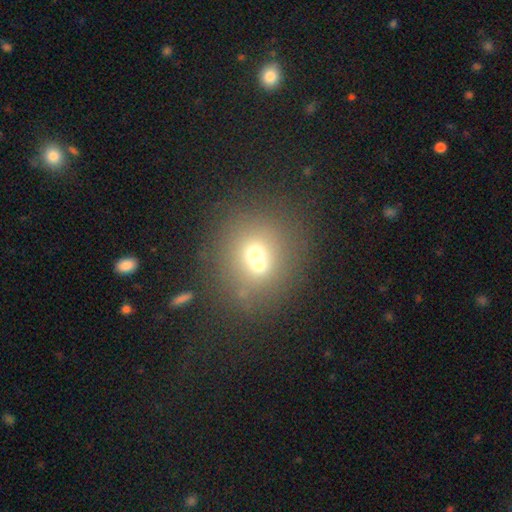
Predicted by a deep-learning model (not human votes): smooth 60%, featured or disk 23%, star or artifact 17%. Down the decision tree: how rounded — round (82%); merging — merger (46%).